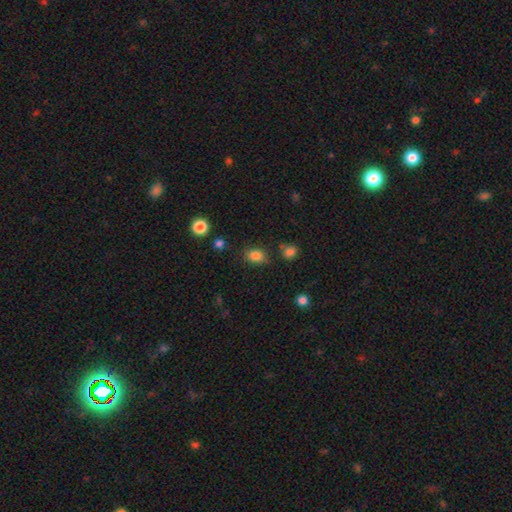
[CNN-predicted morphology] Overall: smooth (83%). How rounded: in between (67%; round 31%). Merging: none (77%).